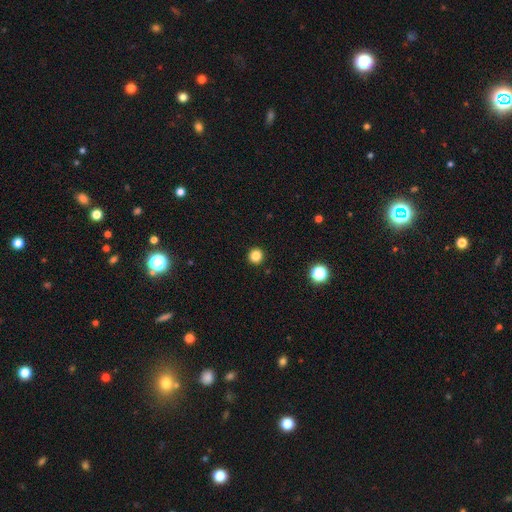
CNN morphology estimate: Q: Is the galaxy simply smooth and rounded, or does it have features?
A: smooth — 84%.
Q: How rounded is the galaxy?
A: round — 95%.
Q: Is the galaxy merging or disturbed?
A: none — 93%.